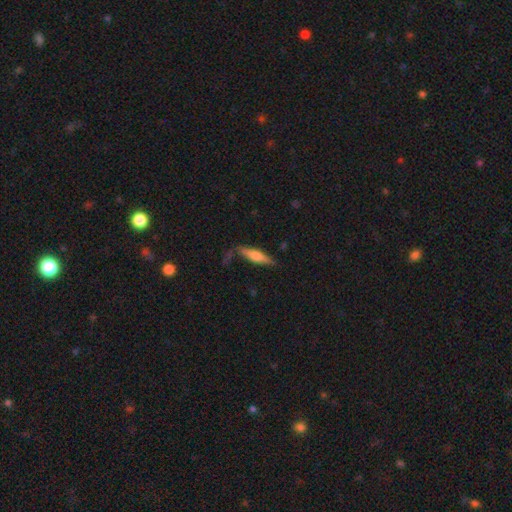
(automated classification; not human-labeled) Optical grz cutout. It shows a smooth galaxy with no disk features (54%) that is cigar-shaped (77%). Merging: none (73%).